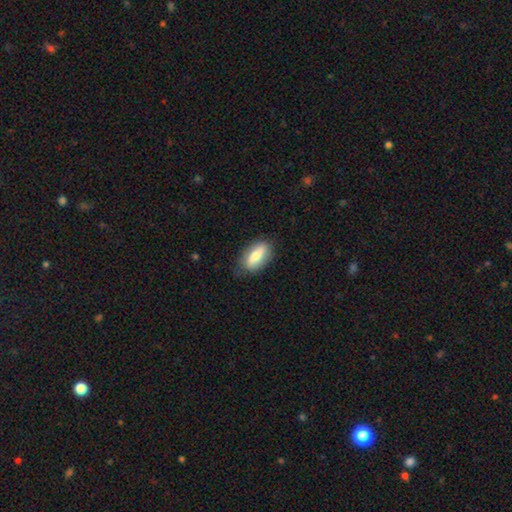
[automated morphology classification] Overall: smooth (69%). How rounded: in between (84%). Merging: none (79%).